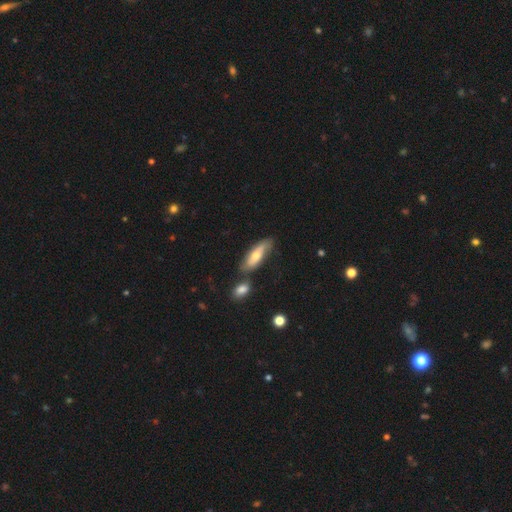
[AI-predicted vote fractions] Smooth or featured?
  - smooth: 50% *
  - featured or disk: 43%
  - star or artifact: 7%
How rounded?
  - in between: 53% *
  - cigar-shaped: 45%
  - round: 2%
Merging?
  - none: 59% *
  - minor disturbance: 20%
  - merger: 15%
  - major disturbance: 6%